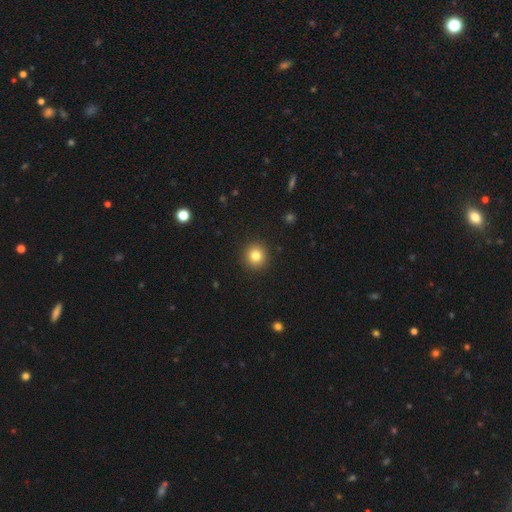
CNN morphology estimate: A smooth galaxy with no disk features (82%) that is round (93%).

Vote fractions:
- Smooth or featured? smooth: 82% / star or artifact: 11% / featured or disk: 7%
- How rounded? round: 93% / in between: 7% / cigar-shaped: 1%
- Merging? none: 92% / minor disturbance: 5% / major disturbance: 2% / merger: 1%